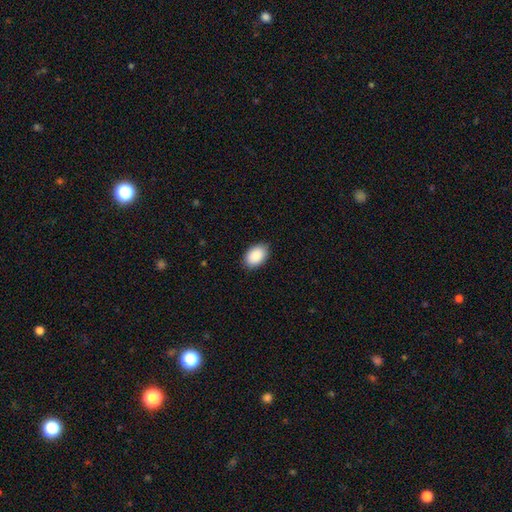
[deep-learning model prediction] smooth_or_featured: smooth (p=0.90) [alt: star or artifact p=0.06]
how_rounded: in between (p=0.89) [alt: round p=0.10]
merging: none (p=0.87) [alt: minor disturbance p=0.10]